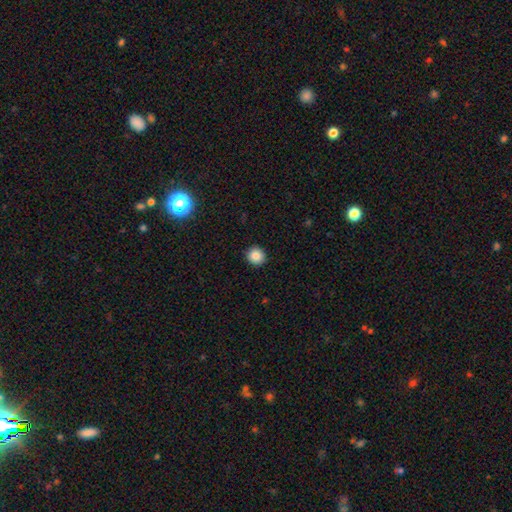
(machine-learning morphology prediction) smooth-or-featured: smooth: 86% | star or artifact: 10% | featured or disk: 5%
  how-rounded: round: 91% | in between: 8% | cigar-shaped: 1%
  merging: none: 92% | minor disturbance: 5% | major disturbance: 2% | merger: 1%